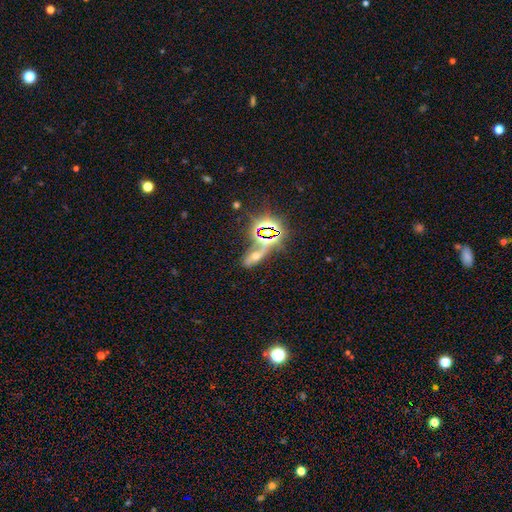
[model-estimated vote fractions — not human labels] Smooth or featured?
  - star or artifact: 56% *
  - smooth: 25%
  - featured or disk: 19%